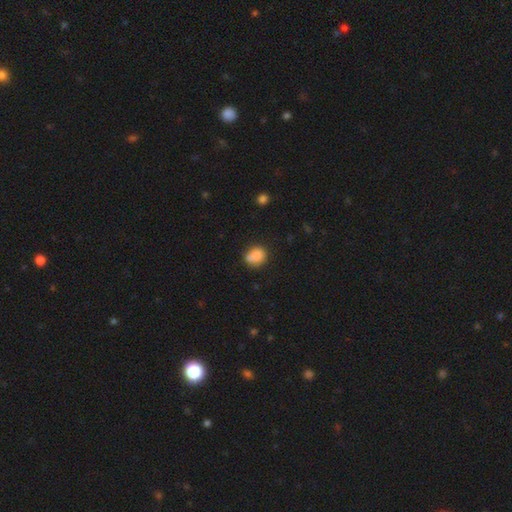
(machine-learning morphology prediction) This is clearly a smooth galaxy (82%). How rounded: possibly round (58%). Merging: possibly none (55%).